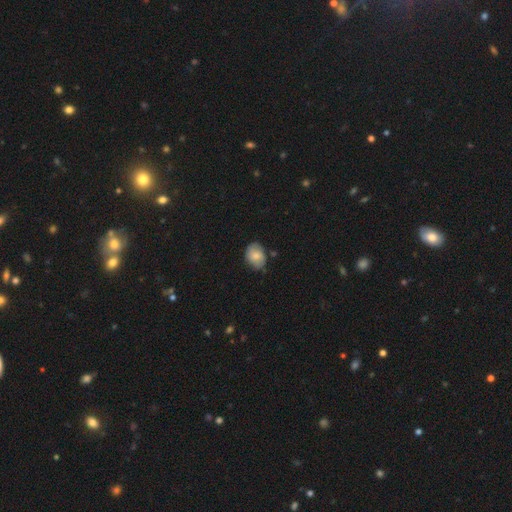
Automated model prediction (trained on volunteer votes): smooth 73%, featured or disk 19%, star or artifact 8%. Down the decision tree: how rounded — in between (65%); merging — none (68%).